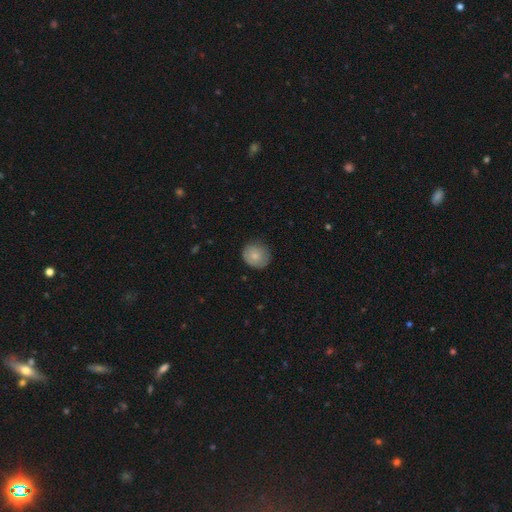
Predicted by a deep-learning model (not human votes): Smooth or featured? Predicted: smooth (p=0.78). How rounded? Predicted: round (p=0.83). Merging? Predicted: none (p=0.82).